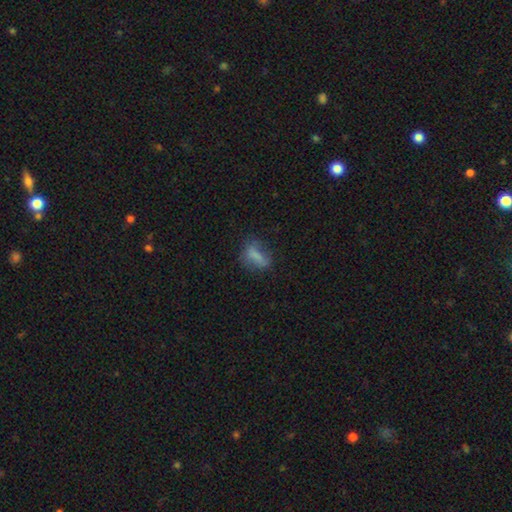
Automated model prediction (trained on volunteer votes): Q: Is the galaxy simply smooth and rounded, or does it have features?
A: smooth — 69%.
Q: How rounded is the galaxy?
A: in between — 72%.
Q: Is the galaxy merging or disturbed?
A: none — 52%.